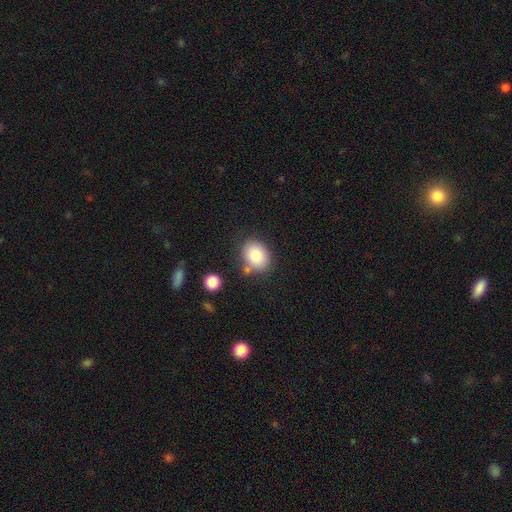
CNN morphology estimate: The model was most divided on "how rounded": in between: 64%, round: 35%, cigar-shaped: 1%. More confident: smooth or featured — smooth (83%); merging — none (73%).